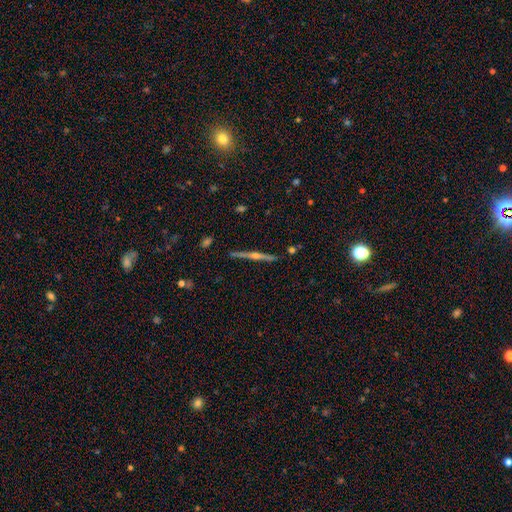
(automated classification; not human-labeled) Smooth or featured? Predicted: featured or disk (p=0.81). Edge-on disk? Predicted: yes (p=0.98). Edge-on bulge? Predicted: rounded (p=0.91). Merging? Predicted: none (p=0.90).